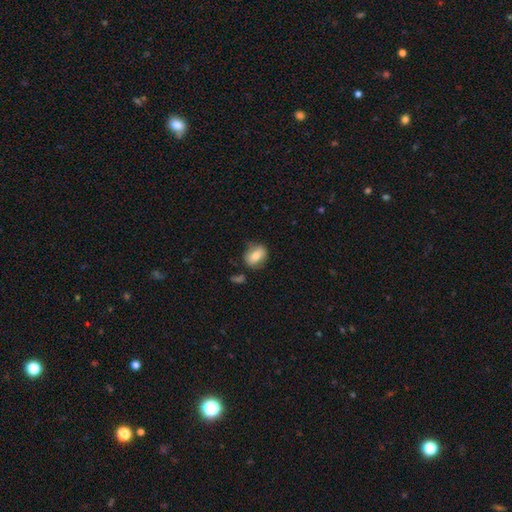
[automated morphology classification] This is likely a smooth galaxy (73%). How rounded: likely in between (66%). Merging: likely none (71%).